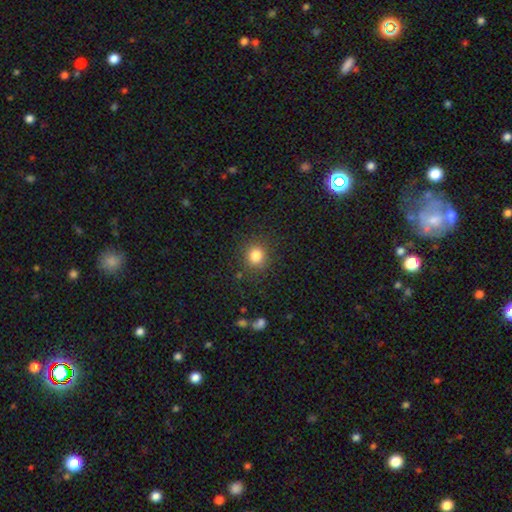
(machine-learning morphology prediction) smooth_or_featured: smooth (p=0.82) [alt: star or artifact p=0.12]
how_rounded: round (p=0.88) [alt: in between p=0.12]
merging: none (p=0.87) [alt: minor disturbance p=0.08]